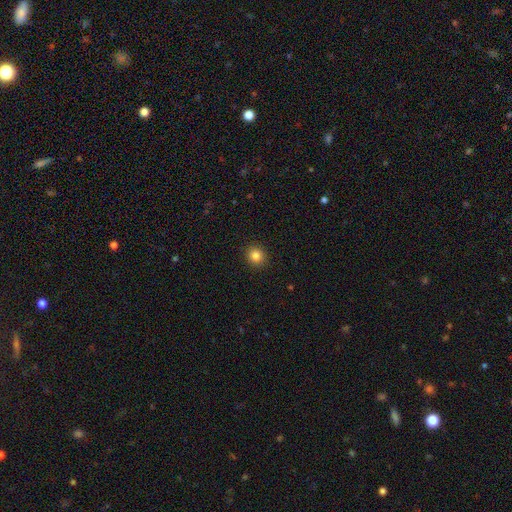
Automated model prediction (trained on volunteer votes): Smooth or featured? Predicted: smooth (p=0.84). How rounded? Predicted: round (p=0.88). Merging? Predicted: none (p=0.92).